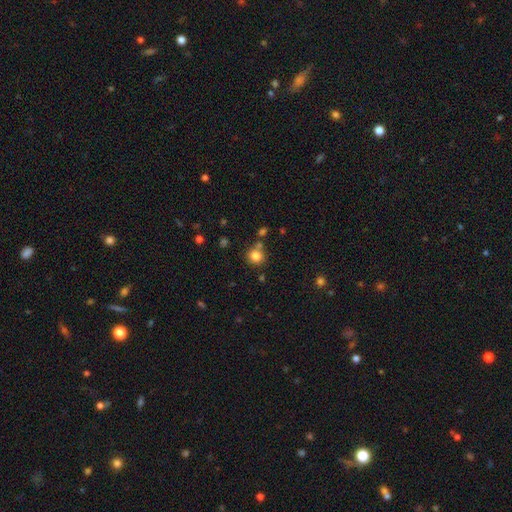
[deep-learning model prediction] A smooth galaxy with no disk features (82%) that is round (89%).

Vote fractions:
- Smooth or featured? smooth: 82% / star or artifact: 12% / featured or disk: 6%
- How rounded? round: 89% / in between: 11% / cigar-shaped: 1%
- Merging? none: 73% / merger: 14% / minor disturbance: 10% / major disturbance: 3%